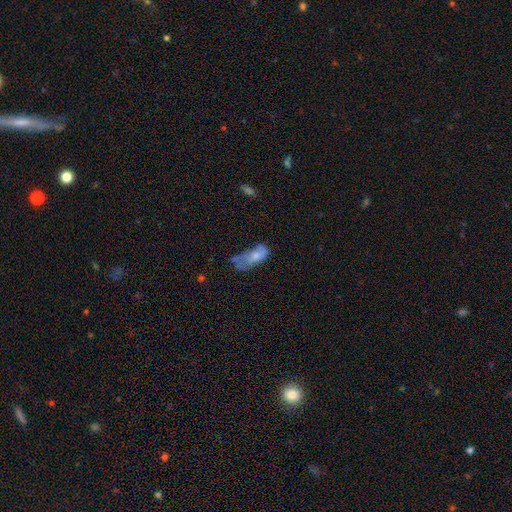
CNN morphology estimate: The model was most divided on "merging" (2-way tie): major disturbance: 32%, minor disturbance: 32%, none: 29%, merger: 7%. More confident: how rounded — in between (87%); smooth or featured — smooth (58%).